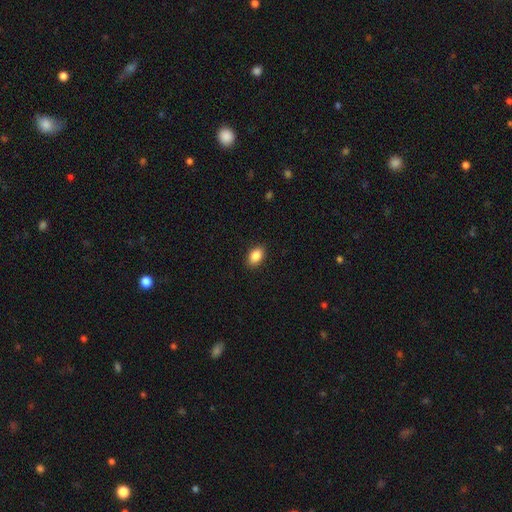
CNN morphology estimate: A smooth galaxy with no disk features (87%) that is in between round and cigar-shaped (88%). Merging: none (90%).